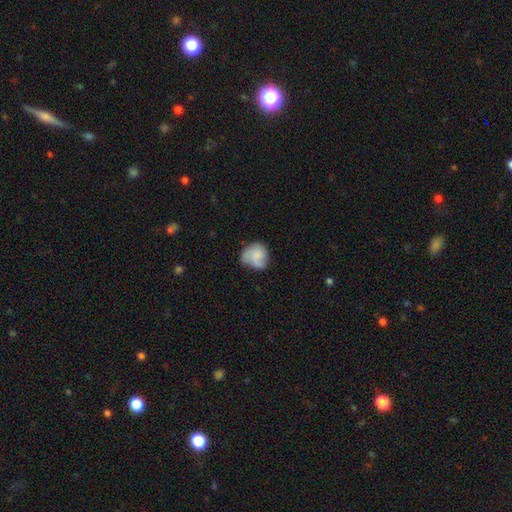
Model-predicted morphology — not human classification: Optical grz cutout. It shows a smooth galaxy with no disk features (66%) that is round (66%). Merging: none (42%).